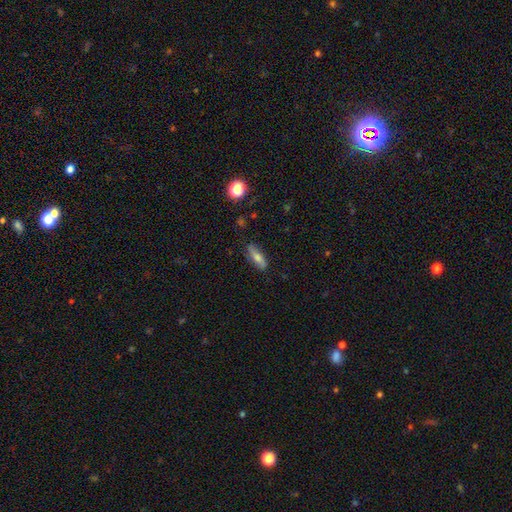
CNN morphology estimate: A smooth galaxy with no disk features (58%) that is in between round and cigar-shaped (48%).

Vote fractions:
- Smooth or featured? smooth: 58% / featured or disk: 33% / star or artifact: 9%
- How rounded? in between: 48% / cigar-shaped: 47% / round: 4%
- Merging? none: 81% / minor disturbance: 15% / major disturbance: 3% / merger: 2%